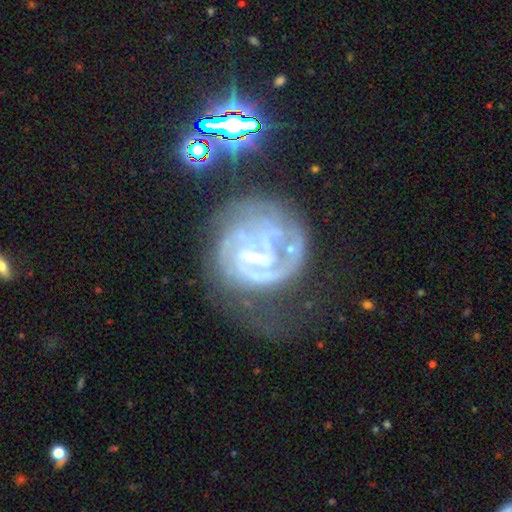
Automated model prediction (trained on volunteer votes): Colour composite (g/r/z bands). It shows a featured or disk galaxy (84%) with a weak bar (47%), 2 (34%) tight (56%) spiral arms (91%) and a small central bulge (71%). Merging: none (40%).